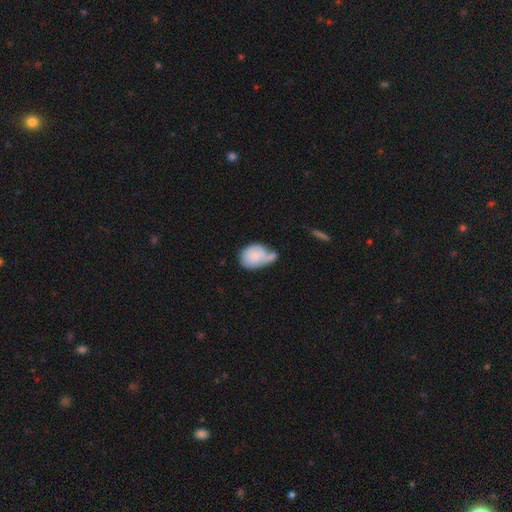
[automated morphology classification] Smooth or featured? Predicted: smooth (p=0.78). How rounded? Predicted: in between (p=0.68). Merging? Predicted: merger (p=0.36).